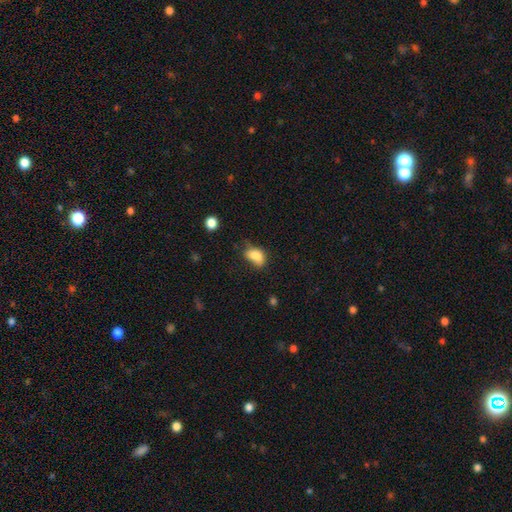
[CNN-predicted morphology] This is clearly a smooth galaxy (81%). How rounded: clearly in between (83%). Merging: marginally none (38%).